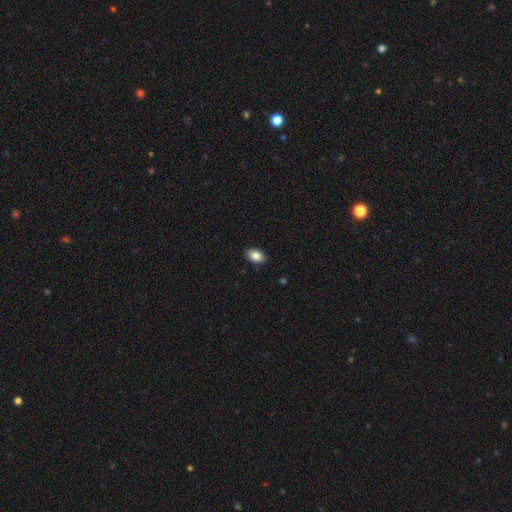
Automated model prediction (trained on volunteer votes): The model was most divided on "smooth or featured": smooth: 87%, star or artifact: 8%, featured or disk: 6%. More confident: how rounded — in between (90%); merging — none (89%).